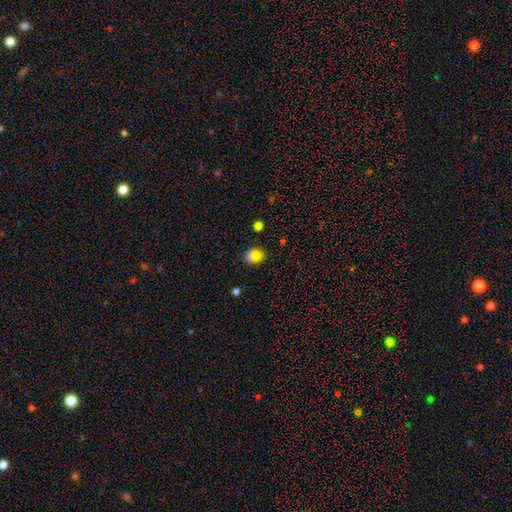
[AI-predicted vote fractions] smooth-or-featured: smooth: 69% | star or artifact: 23% | featured or disk: 8%
  how-rounded: round: 57% | in between: 41% | cigar-shaped: 2%
  merging: none: 79% | minor disturbance: 10% | merger: 7% | major disturbance: 3%